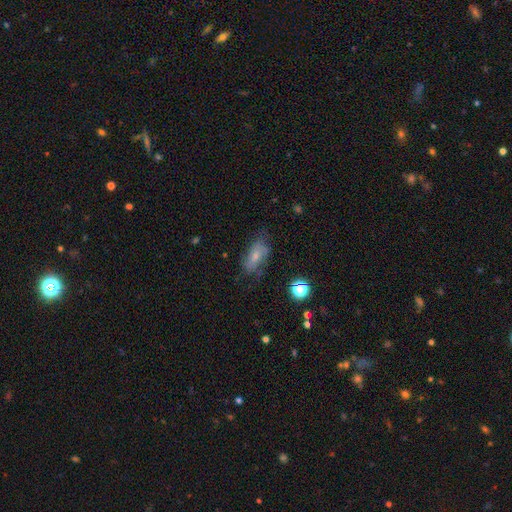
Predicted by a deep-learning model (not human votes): Smooth or featured? Predicted: smooth (p=0.50). Merging? Predicted: none (p=0.57).